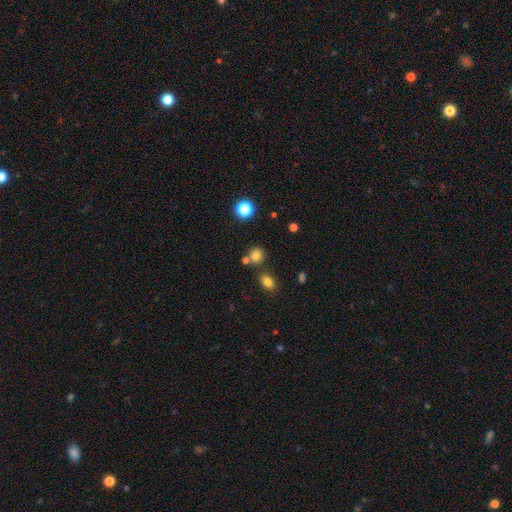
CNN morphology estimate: Smooth or featured? Predicted: smooth (p=0.77). How rounded? Predicted: round (p=0.81). Merging? Predicted: none (p=0.72).